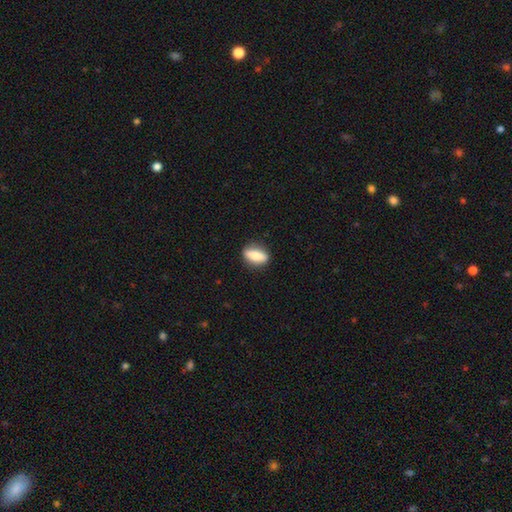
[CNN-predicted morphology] The model was most divided on "how rounded": in between: 71%, cigar-shaped: 21%, round: 7%. More confident: merging — none (85%); smooth or featured — smooth (77%).